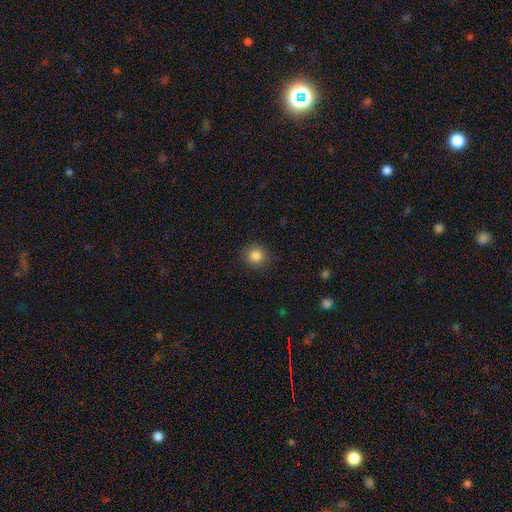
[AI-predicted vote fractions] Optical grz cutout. It shows a smooth galaxy with no disk features (84%) that is round (91%). Merging: none (89%).